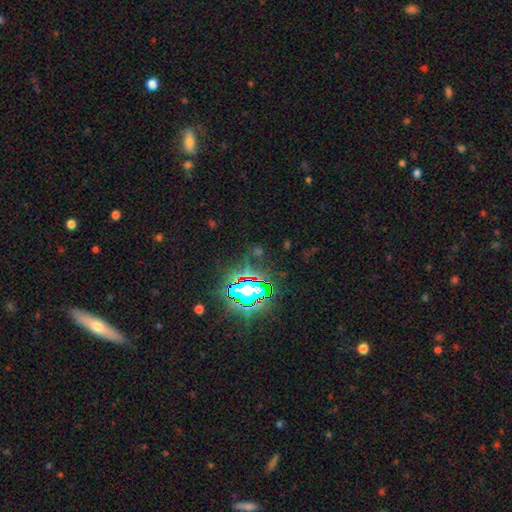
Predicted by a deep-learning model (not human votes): Q: Smooth or featured?
A: star or artifact (77%); runner-up: smooth (14%)